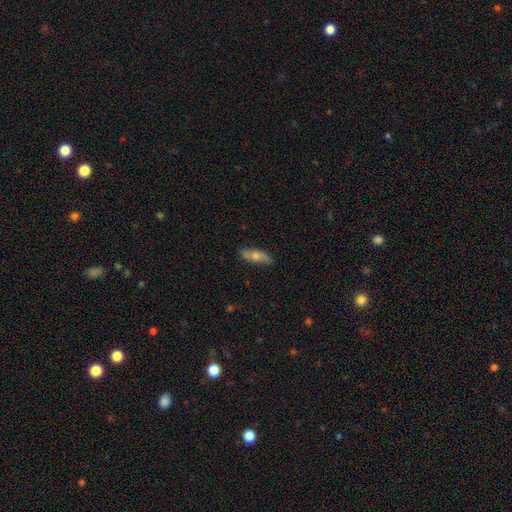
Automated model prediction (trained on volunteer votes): smooth 51%, featured or disk 42%, star or artifact 7%. Down the decision tree: how rounded — in between (52%); merging — none (85%).